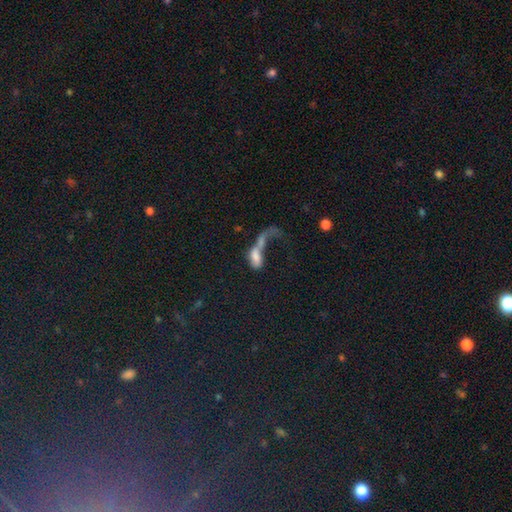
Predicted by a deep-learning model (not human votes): smooth 56%, featured or disk 32%, star or artifact 12%. Down the decision tree: how rounded — in between (74%); merging — merger (43%).